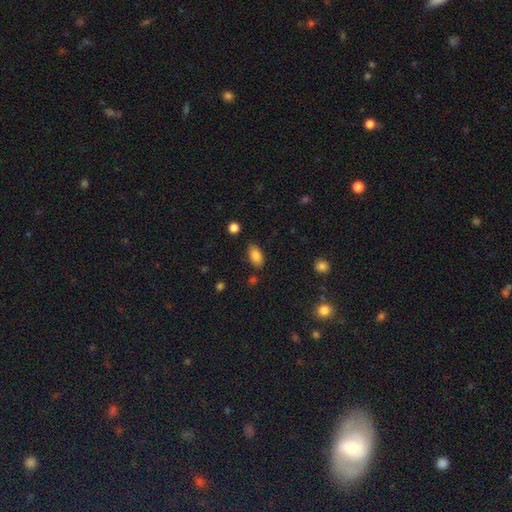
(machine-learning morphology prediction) The model was most divided on "merging": none: 83%, minor disturbance: 12%, merger: 3%, major disturbance: 3%. More confident: how rounded — in between (92%); smooth or featured — smooth (84%).